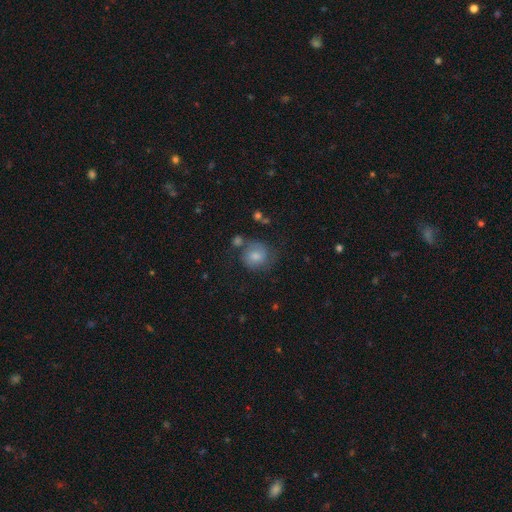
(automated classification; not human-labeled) A smooth galaxy with no disk features (64%) that is round (80%). Merging: none (57%).